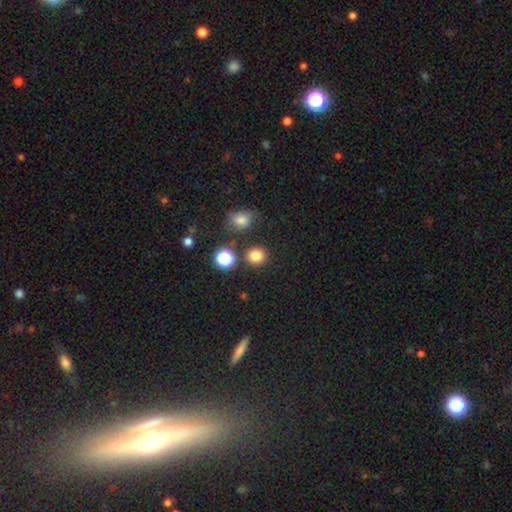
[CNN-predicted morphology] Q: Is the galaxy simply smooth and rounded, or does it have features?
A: smooth — 80%.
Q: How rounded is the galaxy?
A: round — 88%.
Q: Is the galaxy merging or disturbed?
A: none — 84%.